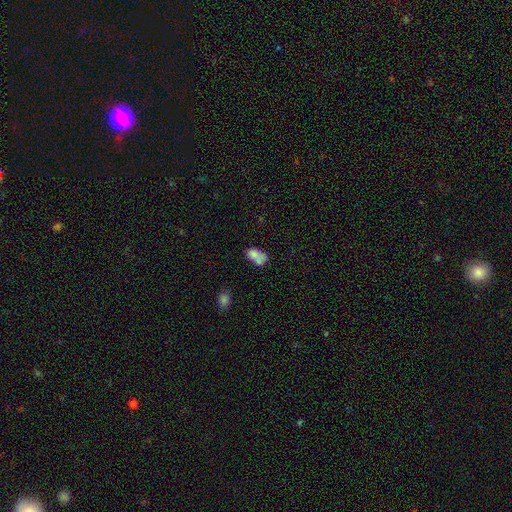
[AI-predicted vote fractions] This appears to be a smooth galaxy with no disk features (72%) that is in between round and cigar-shaped (84%). Merging: merger (37%).